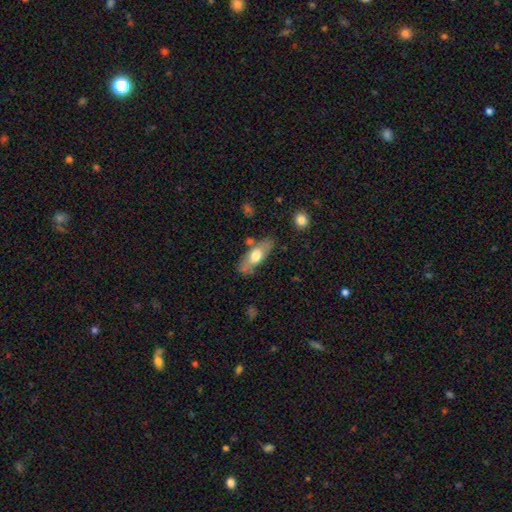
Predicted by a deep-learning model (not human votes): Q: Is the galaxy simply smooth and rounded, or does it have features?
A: smooth — 59%.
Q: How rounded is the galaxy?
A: in between — 71%.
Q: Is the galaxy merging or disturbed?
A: none — 73%.